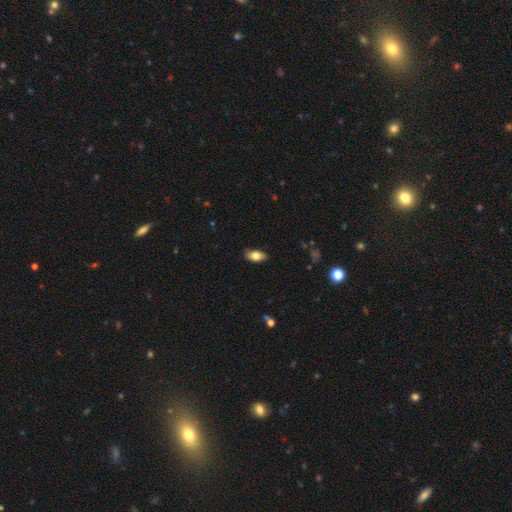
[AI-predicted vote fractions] smooth 79%, featured or disk 13%, star or artifact 7%. Down the decision tree: how rounded — in between (91%); merging — none (85%).